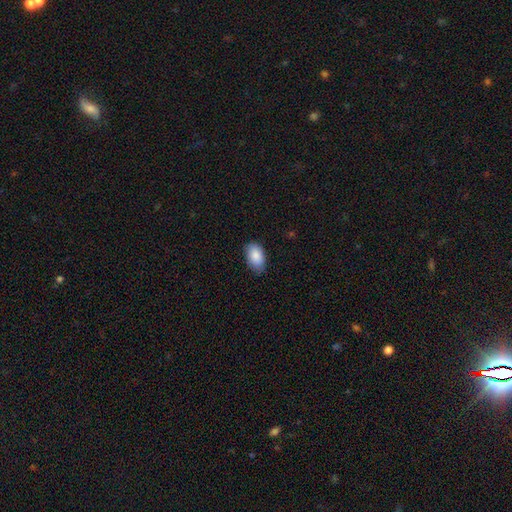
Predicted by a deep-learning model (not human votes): The model was most divided on "merging": none: 78%, minor disturbance: 18%, major disturbance: 3%, merger: 1%. More confident: how rounded — in between (93%); smooth or featured — smooth (88%).